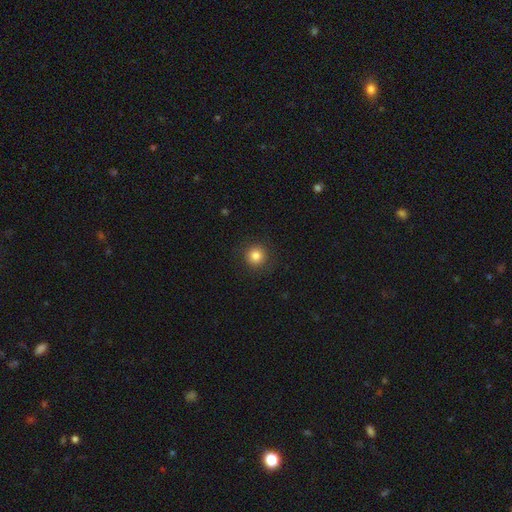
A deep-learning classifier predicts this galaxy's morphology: Smooth or featured: smooth — 83% (star or artifact — 11%)
How rounded: round — 95% (in between — 4%)
Merging: none — 91% (minor disturbance — 6%)